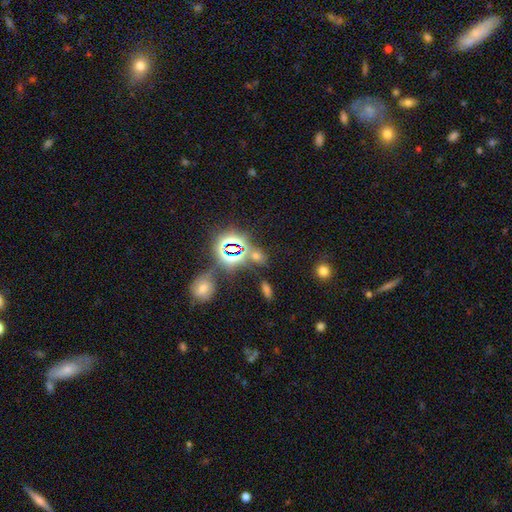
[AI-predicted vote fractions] Smooth or featured?
  - star or artifact: 51% *
  - smooth: 40%
  - featured or disk: 9%